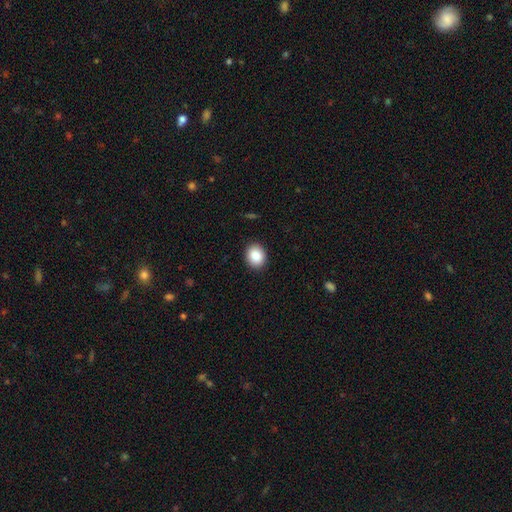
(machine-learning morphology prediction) This appears to be a smooth galaxy with no disk features (85%) that is round (62%). Merging: none (91%).